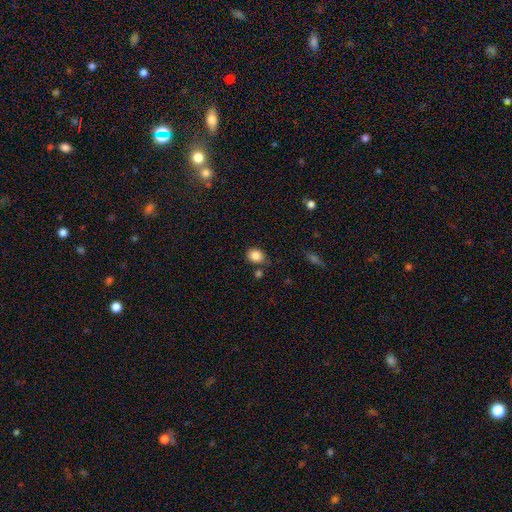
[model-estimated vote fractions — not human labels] Smooth or featured? smooth (85%)
How rounded? round (51%)
Merging? none (75%)